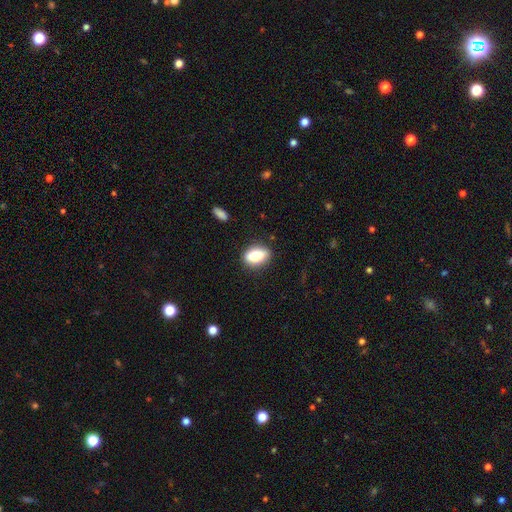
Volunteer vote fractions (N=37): Morphology: type=smooth (92%); roundness=in between (85%); merging=none (76%).